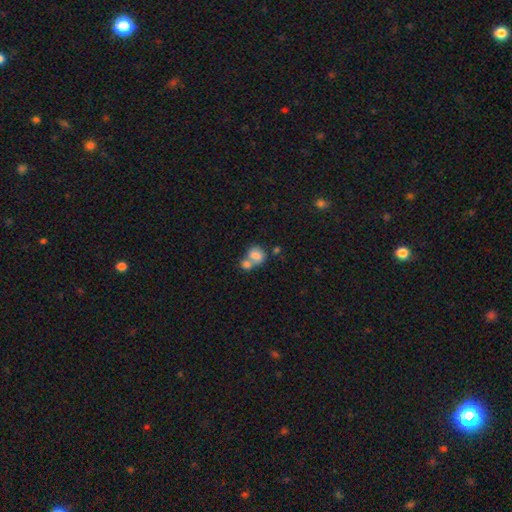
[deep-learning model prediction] Smooth or featured? Predicted: smooth (p=0.76). How rounded? Predicted: in between (p=0.51). Merging? Predicted: merger (p=0.65).